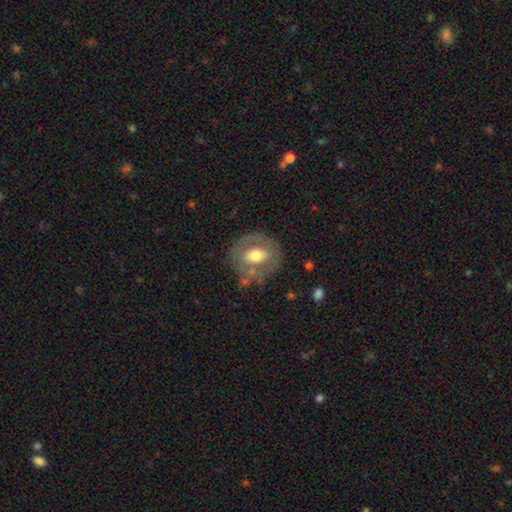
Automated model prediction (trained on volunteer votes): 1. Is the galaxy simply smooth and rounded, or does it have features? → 52% featured or disk, 42% smooth, 6% star or artifact.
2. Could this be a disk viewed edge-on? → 93% no, 7% yes.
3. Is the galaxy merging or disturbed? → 70% none, 18% minor disturbance, 9% major disturbance, 4% merger.